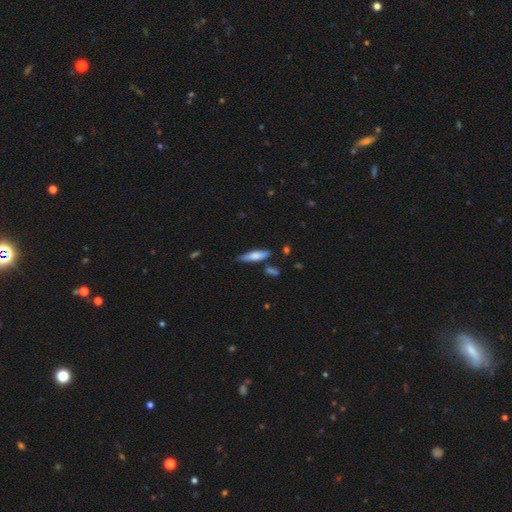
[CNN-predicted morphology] A smooth galaxy with no disk features (67%) that is cigar-shaped (71%).

Vote fractions:
- Smooth or featured? smooth: 67% / featured or disk: 27% / star or artifact: 6%
- How rounded? cigar-shaped: 71% / in between: 27% / round: 2%
- Merging? none: 75% / minor disturbance: 17% / merger: 5% / major disturbance: 3%